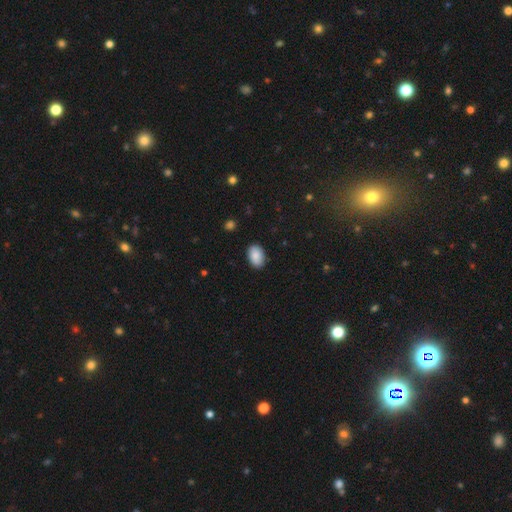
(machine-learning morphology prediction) Overall: smooth (89%). How rounded: in between (90%). Merging: none (87%).